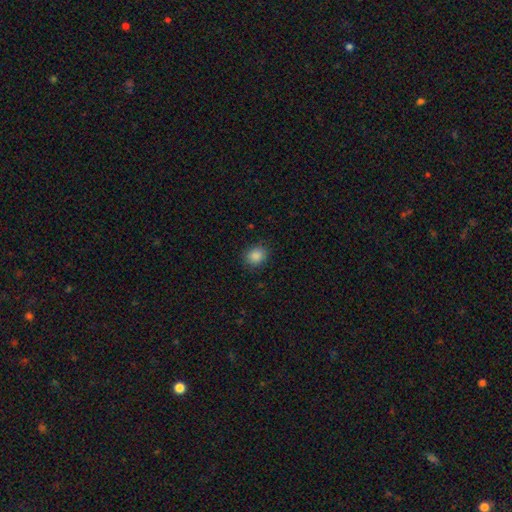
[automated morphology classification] smooth_or_featured: smooth (p=0.87) [alt: star or artifact p=0.09]
how_rounded: round (p=0.67) [alt: in between p=0.32]
merging: none (p=0.86) [alt: minor disturbance p=0.10]